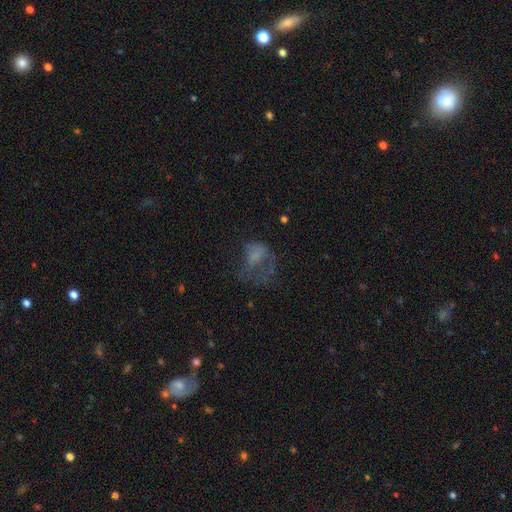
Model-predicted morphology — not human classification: Smooth or featured?
  - smooth: 49% *
  - featured or disk: 33%
  - star or artifact: 18%
Merging?
  - major disturbance: 52% *
  - none: 26%
  - minor disturbance: 18%
  - merger: 4%